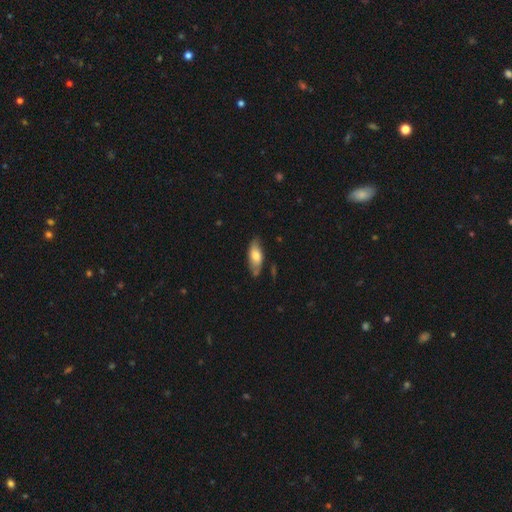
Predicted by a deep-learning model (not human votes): The model was most divided on "smooth or featured": smooth: 66%, featured or disk: 28%, star or artifact: 6%. More confident: how rounded — in between (78%); merging — none (73%).